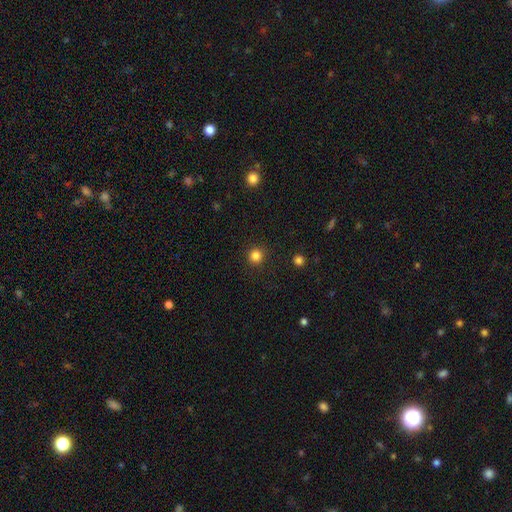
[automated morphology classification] smooth 84%, star or artifact 13%, featured or disk 4%. Down the decision tree: how rounded — round (94%); merging — none (91%).